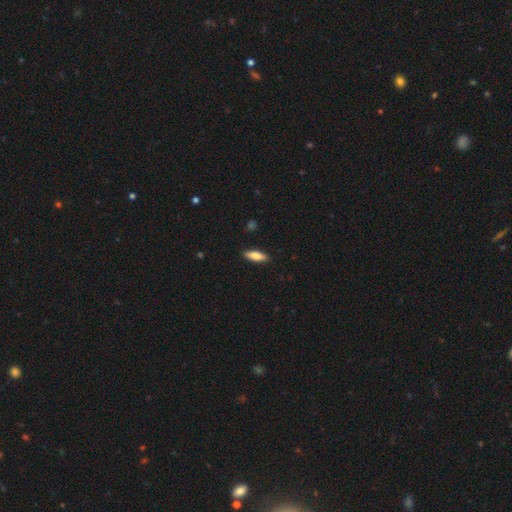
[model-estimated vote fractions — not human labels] The model was most divided on "how rounded": in between: 56%, cigar-shaped: 42%, round: 2%. More confident: merging — none (89%); smooth or featured — smooth (79%).